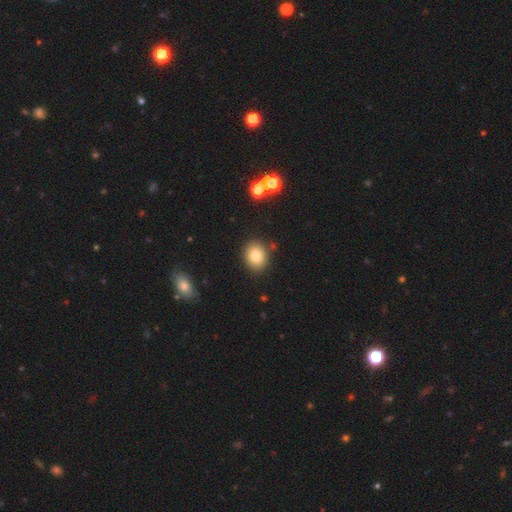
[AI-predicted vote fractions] Overall: smooth (82%). How rounded: round (56%; in between 43%). Merging: none (86%).